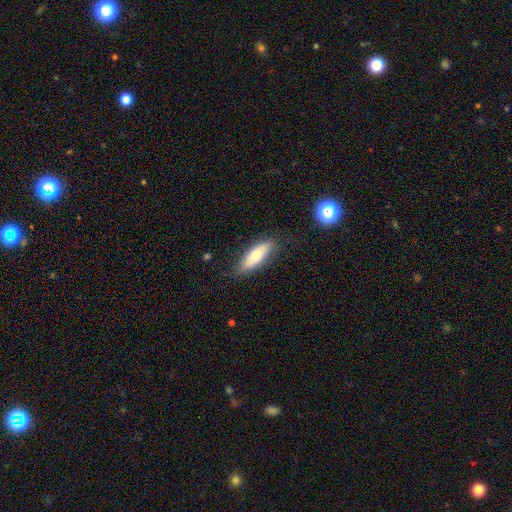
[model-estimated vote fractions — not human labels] The model was most divided on "how rounded" (2-way tie): in between: 49%, cigar-shaped: 49%, round: 2%. More confident: merging — none (82%); smooth or featured — smooth (71%).